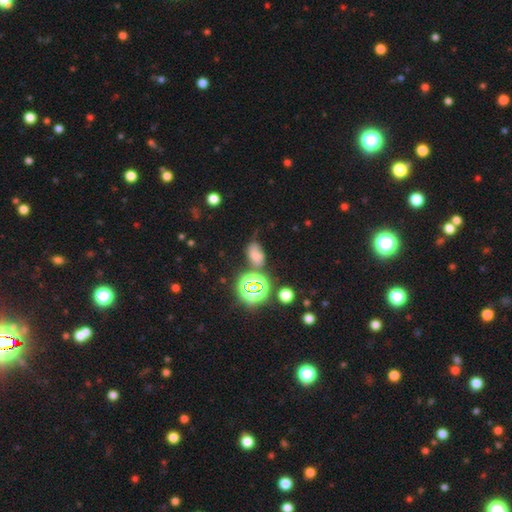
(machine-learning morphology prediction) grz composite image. It shows a smooth galaxy with no disk features (54%) that is in between round and cigar-shaped (83%). Merging: none (48%).